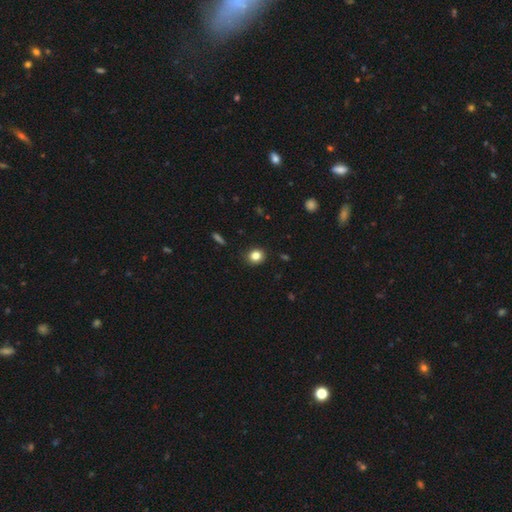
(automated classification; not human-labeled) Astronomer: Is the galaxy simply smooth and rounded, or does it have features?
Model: smooth — 83%.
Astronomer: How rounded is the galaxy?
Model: round — 79%.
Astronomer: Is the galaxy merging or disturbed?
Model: none — 89%.